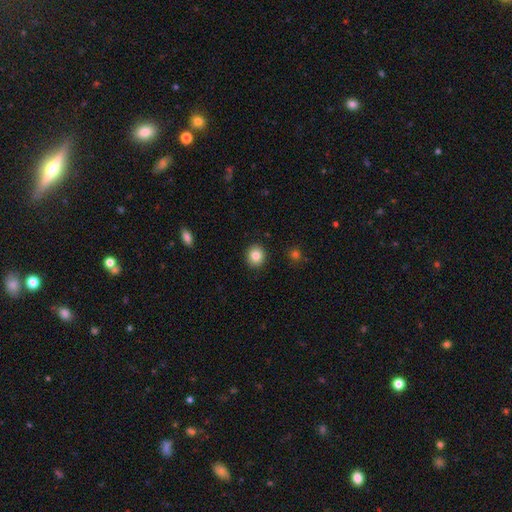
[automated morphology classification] Smooth or featured? Predicted: smooth (p=0.84). How rounded? Predicted: round (p=0.81). Merging? Predicted: none (p=0.90).